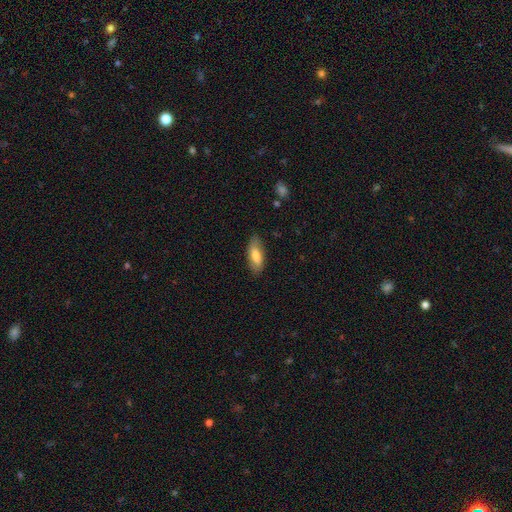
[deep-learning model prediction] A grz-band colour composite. It shows a smooth galaxy with no disk features (73%) that is in between round and cigar-shaped (74%). Merging: none (82%).